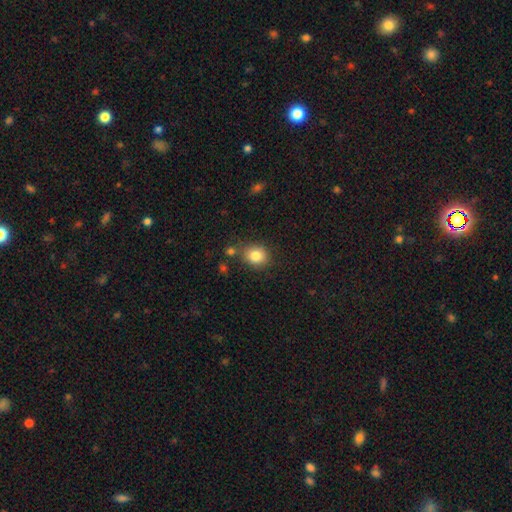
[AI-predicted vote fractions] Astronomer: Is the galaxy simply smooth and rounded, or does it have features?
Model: smooth — 83%.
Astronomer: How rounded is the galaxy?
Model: round — 74%.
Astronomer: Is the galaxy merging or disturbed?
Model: none — 75%.